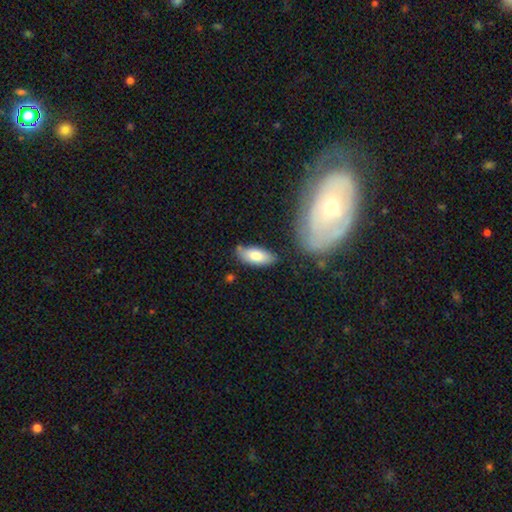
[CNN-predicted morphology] Smooth or featured? Predicted: smooth (p=0.78). How rounded? Predicted: in between (p=0.83). Merging? Predicted: none (p=0.71).